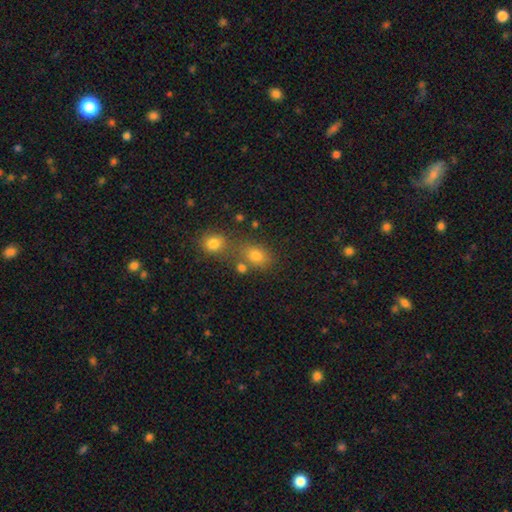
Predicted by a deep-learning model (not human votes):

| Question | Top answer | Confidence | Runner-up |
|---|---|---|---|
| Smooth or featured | smooth | 76% | star or artifact (15%) |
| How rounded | in between | 53% | round (46%) |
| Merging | none | 53% | merger (30%) |